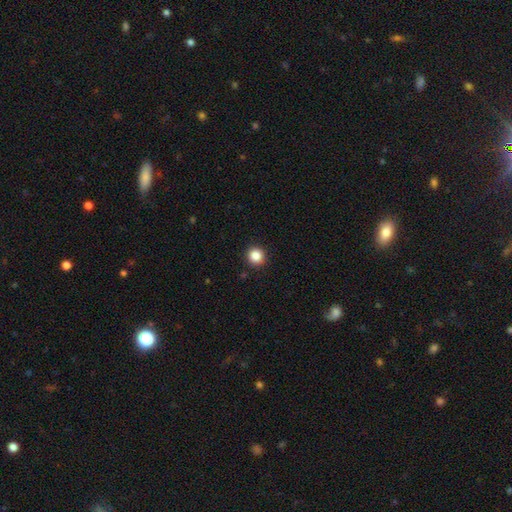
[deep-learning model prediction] Smooth or featured? smooth (86%)
How rounded? round (94%)
Merging? none (92%)